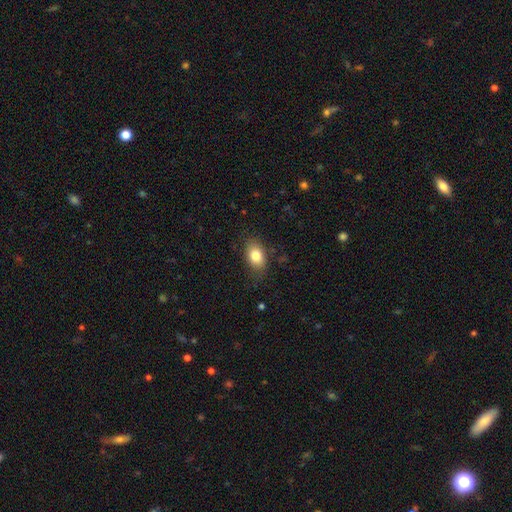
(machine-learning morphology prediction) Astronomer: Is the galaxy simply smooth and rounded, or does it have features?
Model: smooth — 81%.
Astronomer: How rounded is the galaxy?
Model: in between — 86%.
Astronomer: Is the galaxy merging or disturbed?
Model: none — 80%.